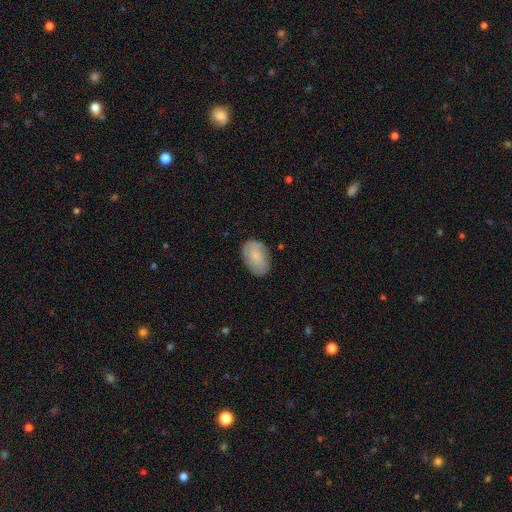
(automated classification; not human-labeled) smooth-or-featured: smooth: 73% | featured or disk: 20% | star or artifact: 7%
  how-rounded: in between: 87% | round: 12% | cigar-shaped: 1%
  merging: none: 80% | minor disturbance: 15% | major disturbance: 3% | merger: 1%